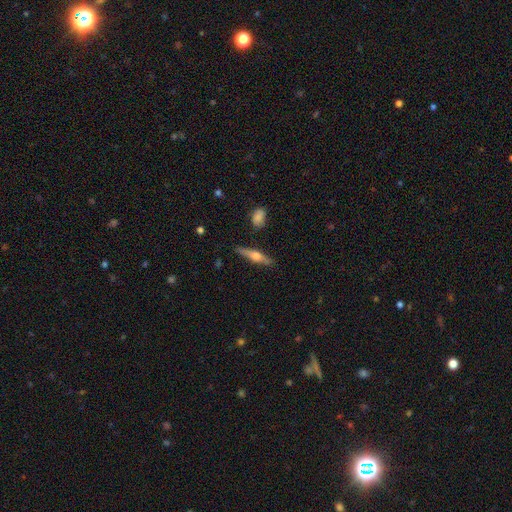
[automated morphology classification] A featured or disk galaxy (65%) viewed edge-on (97%) with a rounded central bulge (91%).

Vote fractions:
- Smooth or featured? featured or disk: 65% / smooth: 28% / star or artifact: 6%
- Edge-on disk? yes: 97% / no: 3%
- Edge-on bulge? rounded: 91% / boxy: 7% / none: 3%
- Merging? none: 85% / minor disturbance: 10% / major disturbance: 2% / merger: 2%